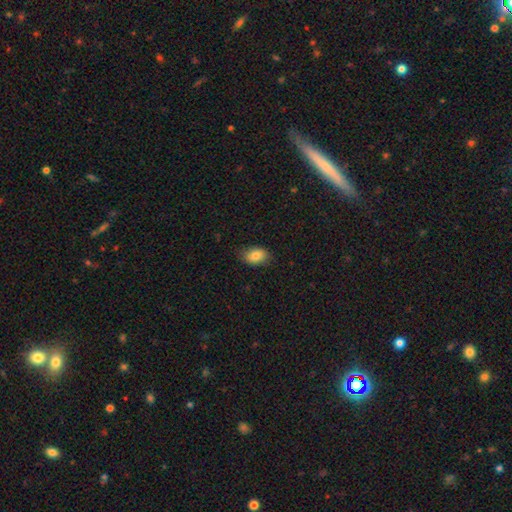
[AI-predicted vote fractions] Smooth or featured?
  - smooth: 82% *
  - featured or disk: 9%
  - star or artifact: 8%
How rounded?
  - in between: 85% *
  - round: 14%
  - cigar-shaped: 1%
Merging?
  - none: 81% *
  - minor disturbance: 15%
  - major disturbance: 3%
  - merger: 1%